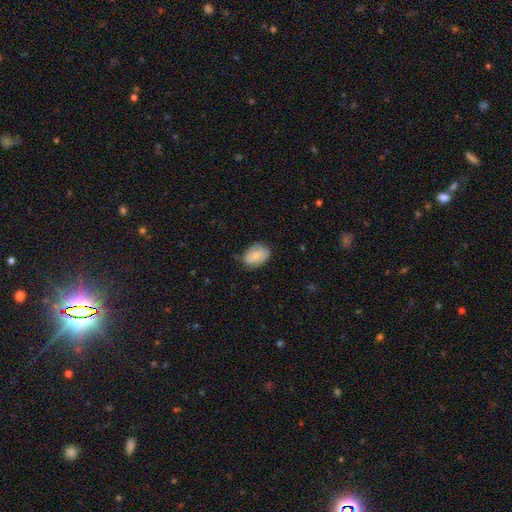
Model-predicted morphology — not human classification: Smooth or featured: smooth — 81% (featured or disk — 12%)
How rounded: in between — 81% (round — 18%)
Merging: none — 60% (minor disturbance — 32%)